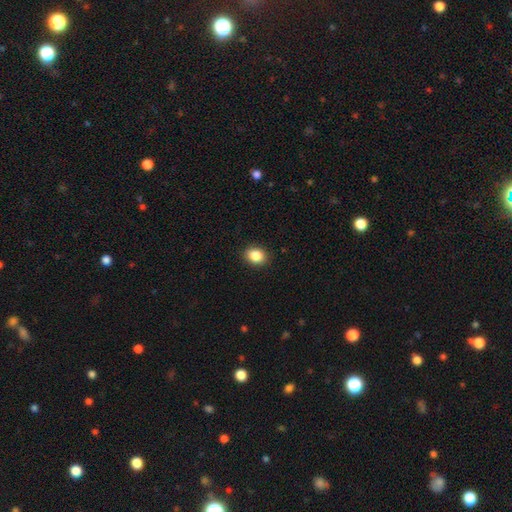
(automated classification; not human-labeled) Smooth or featured?
  - smooth: 86% *
  - star or artifact: 9%
  - featured or disk: 5%
How rounded?
  - in between: 56% *
  - round: 43%
  - cigar-shaped: 1%
Merging?
  - none: 89% *
  - minor disturbance: 8%
  - major disturbance: 2%
  - merger: 1%